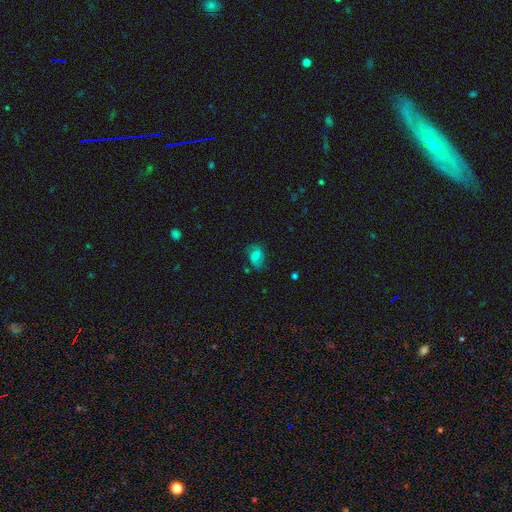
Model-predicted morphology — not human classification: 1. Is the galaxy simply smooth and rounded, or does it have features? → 49% smooth, 40% featured or disk, 11% star or artifact.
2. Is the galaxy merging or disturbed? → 68% none, 22% minor disturbance, 8% major disturbance, 2% merger.